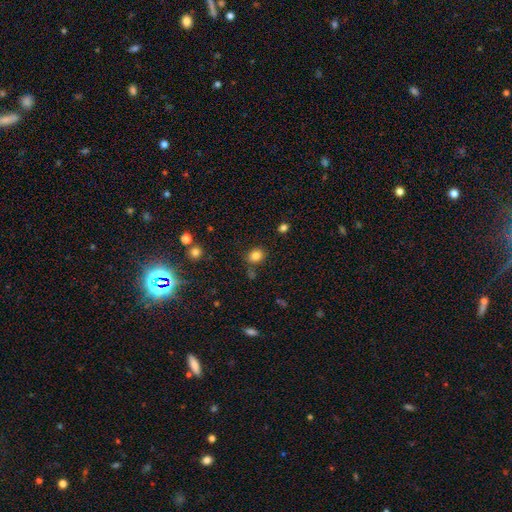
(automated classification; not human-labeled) smooth_or_featured: smooth (p=0.83) [alt: star or artifact p=0.12]
how_rounded: round (p=0.62) [alt: in between p=0.37]
merging: none (p=0.80) [alt: minor disturbance p=0.12]